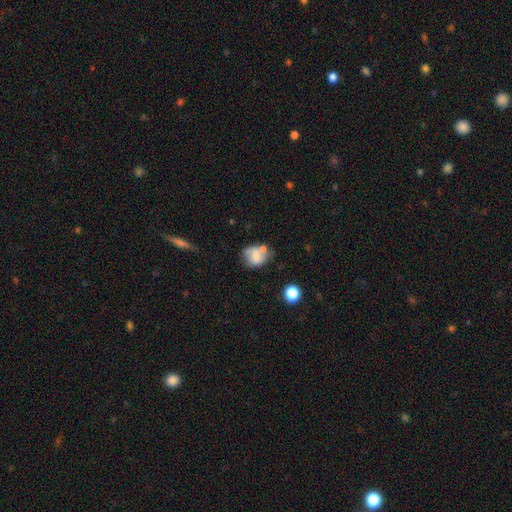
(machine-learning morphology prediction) smooth-or-featured: smooth: 61% | featured or disk: 29% | star or artifact: 10%
  how-rounded: in between: 51% | round: 48% | cigar-shaped: 1%
  merging: none: 38% | merger: 25% | minor disturbance: 25% | major disturbance: 12%